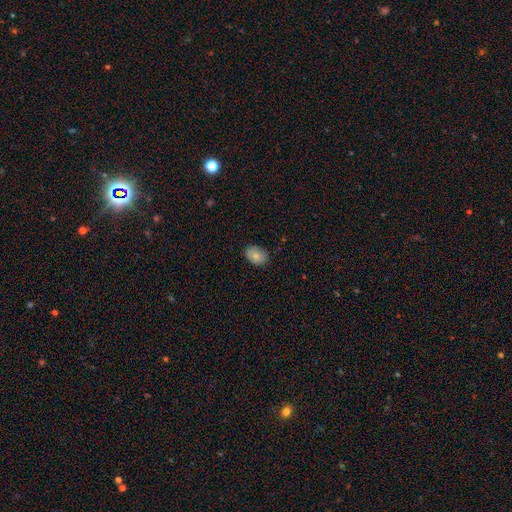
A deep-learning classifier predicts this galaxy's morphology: This is likely a smooth galaxy (79%). How rounded: likely in between (74%). Merging: clearly none (82%).